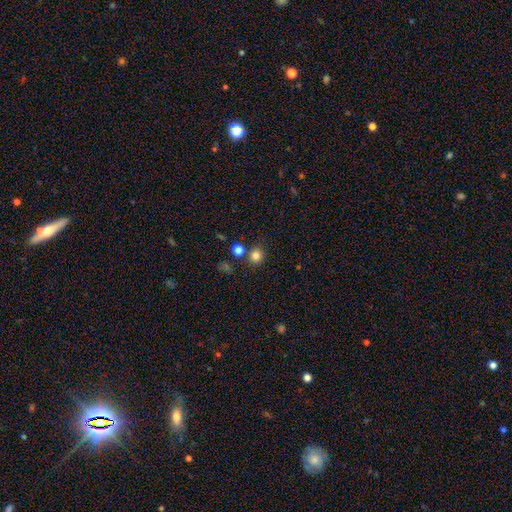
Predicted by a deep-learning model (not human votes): smooth_or_featured: smooth (p=0.81) [alt: star or artifact p=0.14]
how_rounded: round (p=0.85) [alt: in between p=0.14]
merging: none (p=0.78) [alt: merger p=0.10]